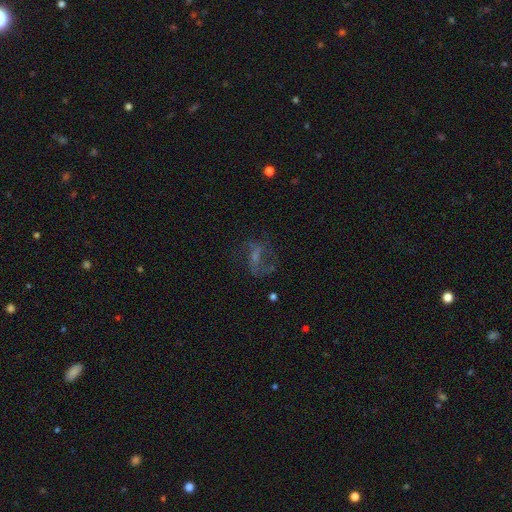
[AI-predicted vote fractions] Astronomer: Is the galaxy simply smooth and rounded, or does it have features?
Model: featured or disk — 63%.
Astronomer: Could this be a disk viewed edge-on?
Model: no — 96%.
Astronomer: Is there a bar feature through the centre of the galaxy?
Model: weak — 46% (runner-up: no, 34%).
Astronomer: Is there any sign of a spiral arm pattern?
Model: yes — 79%.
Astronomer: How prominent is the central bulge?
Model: small — 48% (runner-up: none, 24%).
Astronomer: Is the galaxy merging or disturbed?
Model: none — 58%.